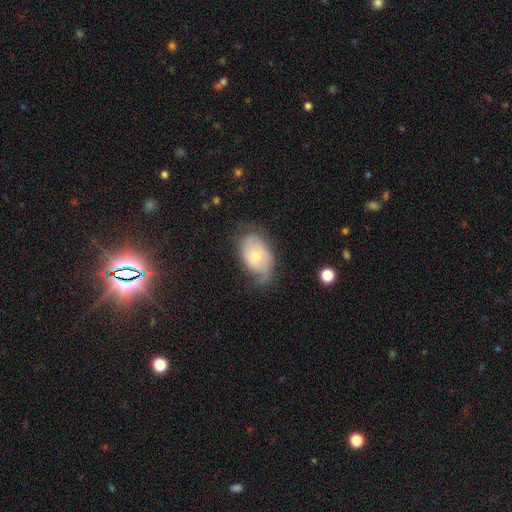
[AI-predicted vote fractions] This appears to be a featured or disk galaxy (53%). Merging: none (52%).